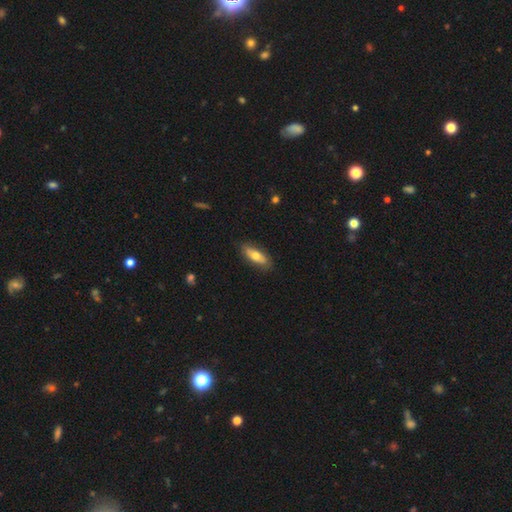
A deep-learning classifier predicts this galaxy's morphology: Smooth or featured: smooth — 64% (featured or disk — 30%)
How rounded: in between — 69% (cigar-shaped — 28%)
Merging: none — 83% (minor disturbance — 13%)